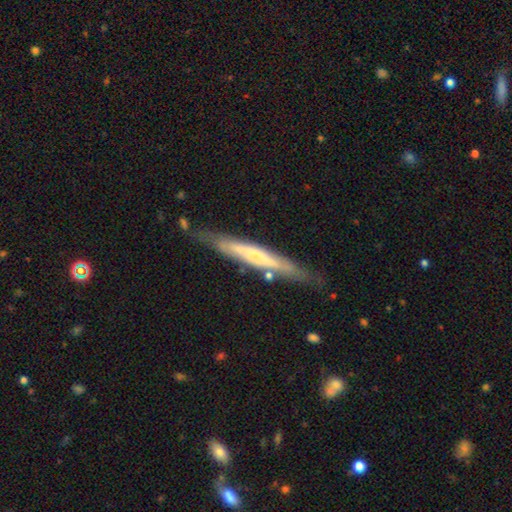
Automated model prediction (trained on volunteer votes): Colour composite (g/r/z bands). It shows a featured or disk galaxy (56%) viewed edge-on (87%). Merging: none (76%).